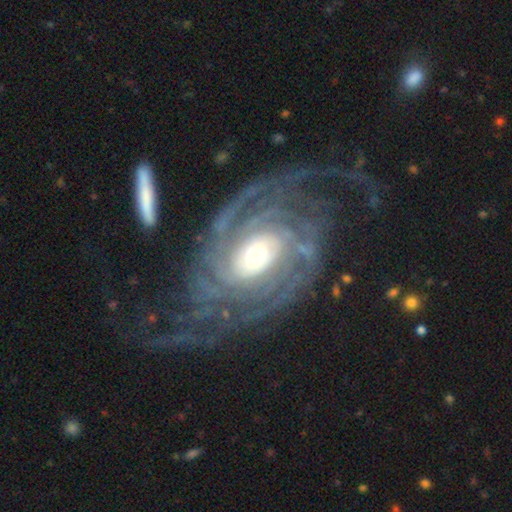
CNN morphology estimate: A featured or disk galaxy (92%) with no bar (58%), 2 (23%) tight (62%) spiral arms (98%) and a moderate central bulge (59%). Merging: none (62%).